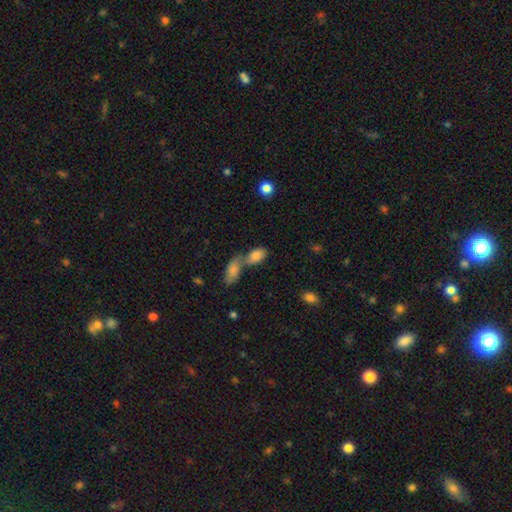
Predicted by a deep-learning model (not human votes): smooth 82%, featured or disk 10%, star or artifact 8%. Down the decision tree: how rounded — in between (90%); merging — merger (59%).